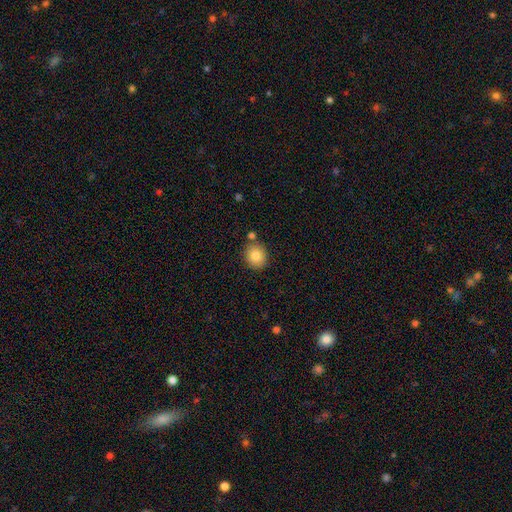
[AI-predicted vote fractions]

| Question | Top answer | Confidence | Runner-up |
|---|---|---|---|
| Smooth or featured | smooth | 84% | star or artifact (9%) |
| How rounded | round | 74% | in between (25%) |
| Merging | none | 80% | minor disturbance (10%) |